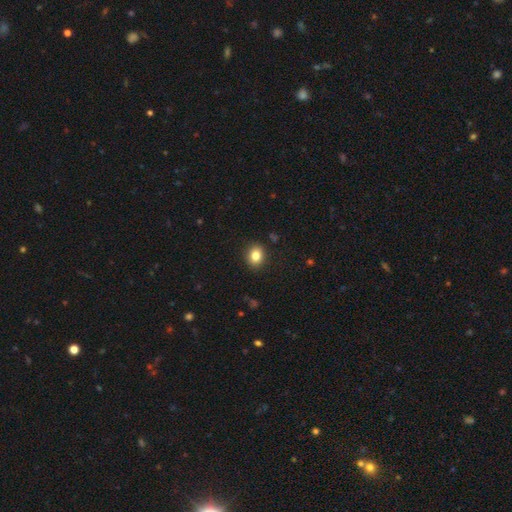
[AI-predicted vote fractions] smooth 83%, star or artifact 10%, featured or disk 7%. Down the decision tree: how rounded — round (57%); merging — none (90%).